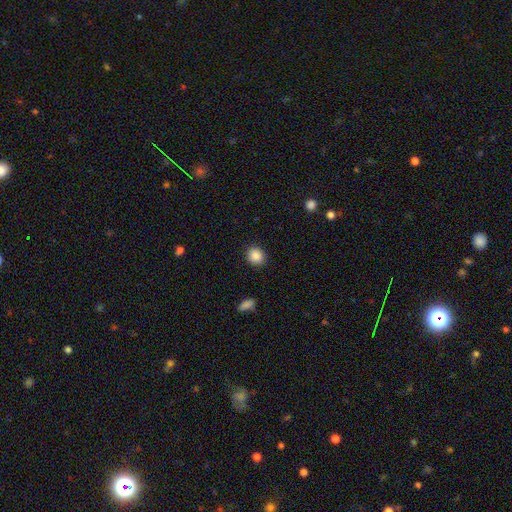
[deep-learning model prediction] Smooth or featured?
  - smooth: 87% *
  - star or artifact: 9%
  - featured or disk: 4%
How rounded?
  - round: 75% *
  - in between: 24%
  - cigar-shaped: 1%
Merging?
  - none: 90% *
  - minor disturbance: 7%
  - major disturbance: 2%
  - merger: 1%